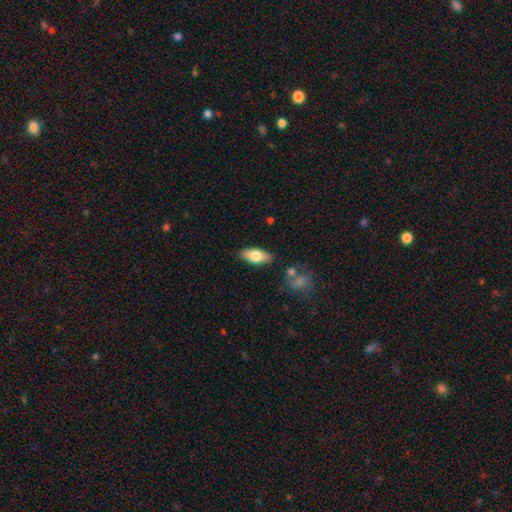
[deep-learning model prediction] Smooth or featured: smooth — 75% (featured or disk — 19%)
How rounded: in between — 86% (cigar-shaped — 12%)
Merging: none — 85% (minor disturbance — 10%)